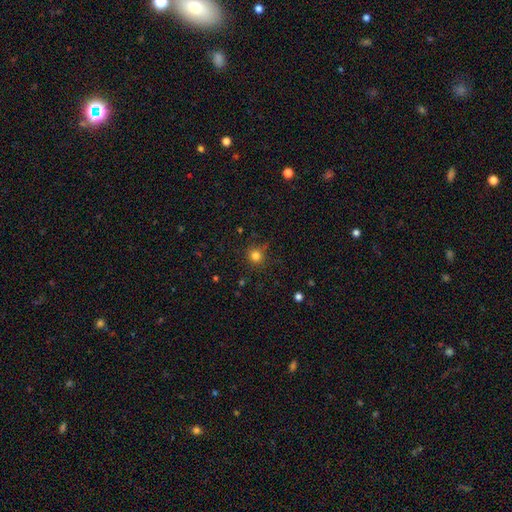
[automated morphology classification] Smooth or featured? Predicted: smooth (p=0.79). How rounded? Predicted: round (p=0.91). Merging? Predicted: none (p=0.83).